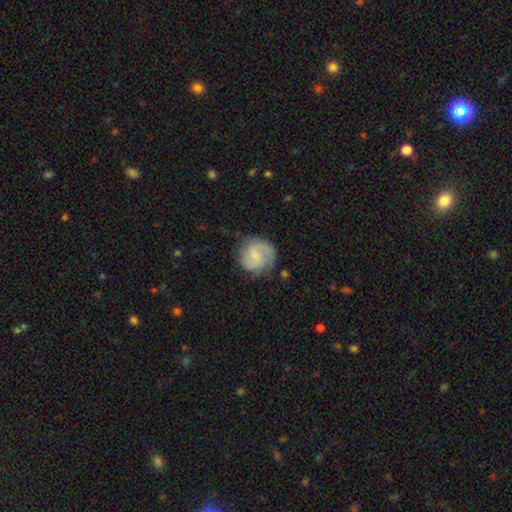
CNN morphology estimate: Q: Smooth or featured?
A: featured or disk (60%); runner-up: smooth (34%)
Q: Edge-on disk?
A: no (98%); runner-up: yes (2%)
Q: Bar?
A: weak (52%); runner-up: no (39%)
Q: Spiral arms?
A: yes (92%); runner-up: no (8%)
Q: Spiral winding?
A: medium (47%); runner-up: tight (33%)
Q: Spiral arm count?
A: 2 (78%); runner-up: can't tell (10%)
Q: Bulge size?
A: small (45%); runner-up: none (29%)
Q: Merging?
A: none (74%); runner-up: minor disturbance (18%)